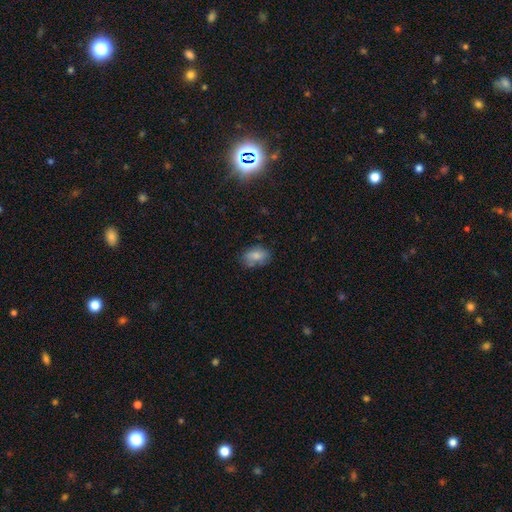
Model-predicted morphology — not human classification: This is clearly a smooth galaxy (81%). How rounded: clearly in between (85%). Merging: likely none (67%).